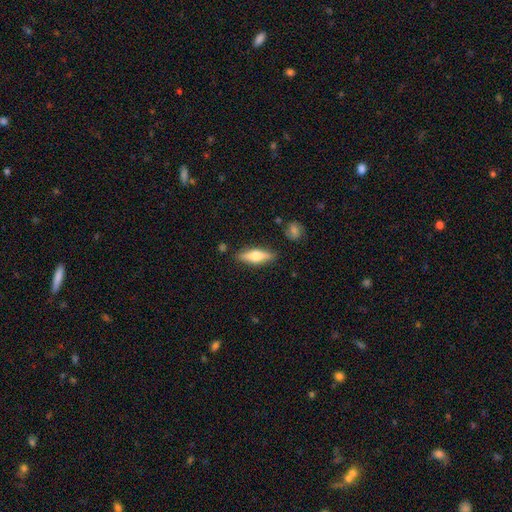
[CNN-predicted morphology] Q: Smooth or featured?
A: smooth (52%); runner-up: featured or disk (42%)
Q: How rounded?
A: cigar-shaped (53%); runner-up: in between (44%)
Q: Merging?
A: none (85%); runner-up: minor disturbance (10%)